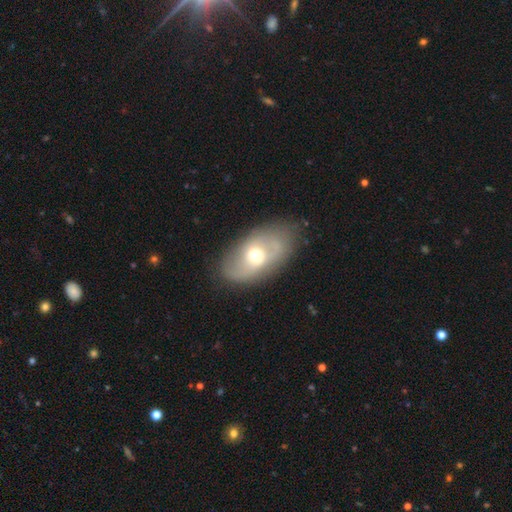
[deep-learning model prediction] A featured or disk galaxy (54%). Merging: none (76%).